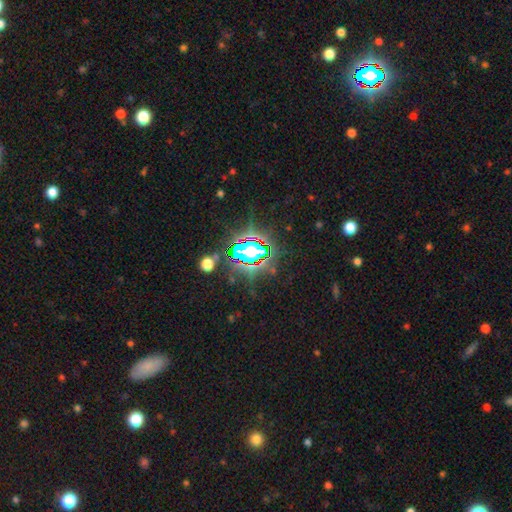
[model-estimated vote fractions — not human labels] smooth_or_featured: star or artifact (p=0.75) [alt: smooth p=0.14]